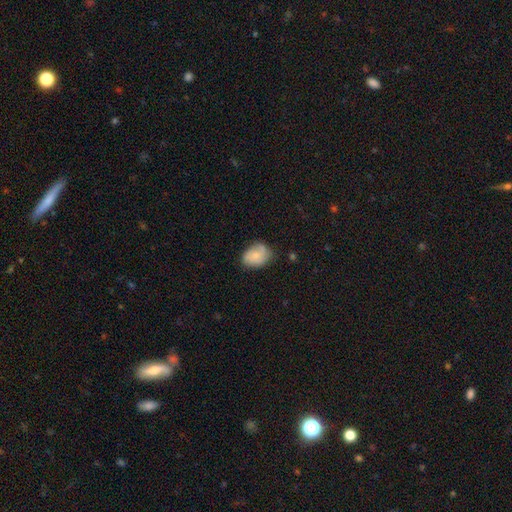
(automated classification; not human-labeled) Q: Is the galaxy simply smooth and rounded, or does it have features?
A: smooth — 64%.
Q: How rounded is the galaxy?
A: in between — 72%.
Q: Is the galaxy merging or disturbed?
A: none — 60%.